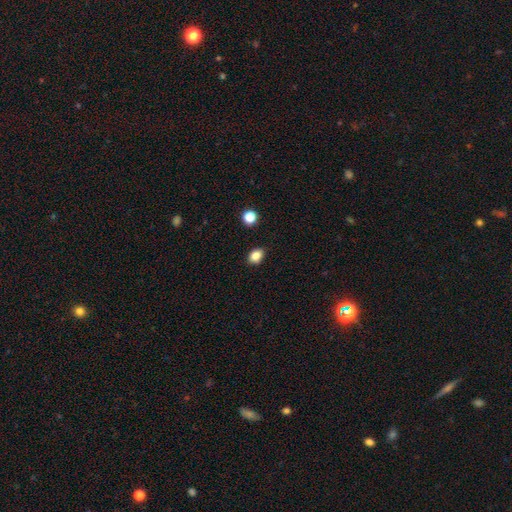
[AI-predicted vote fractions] Smooth or featured? Predicted: smooth (p=0.84). How rounded? Predicted: in between (p=0.64). Merging? Predicted: none (p=0.88).